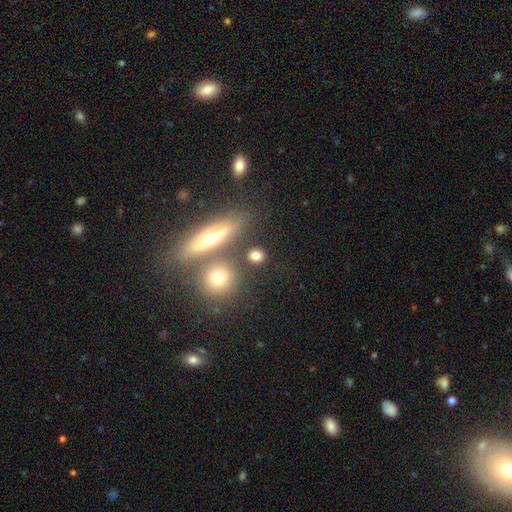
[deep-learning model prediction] A smooth galaxy with no disk features (74%) that is round (69%).

Vote fractions:
- Smooth or featured? smooth: 74% / featured or disk: 14% / star or artifact: 12%
- How rounded? round: 69% / in between: 23% / cigar-shaped: 8%
- Merging? none: 80% / merger: 8% / minor disturbance: 8% / major disturbance: 4%